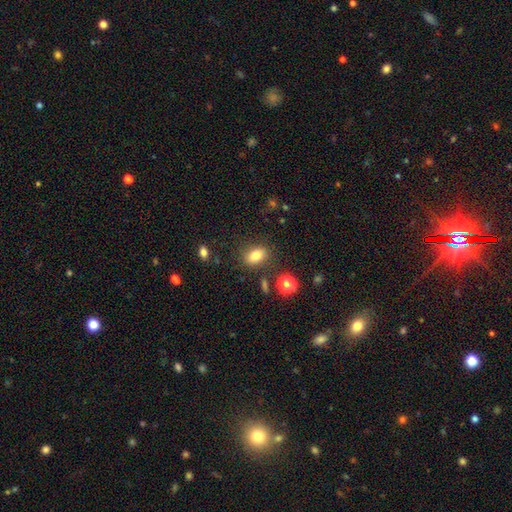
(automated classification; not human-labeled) Smooth or featured? Predicted: smooth (p=0.79). How rounded? Predicted: in between (p=0.77). Merging? Predicted: none (p=0.82).